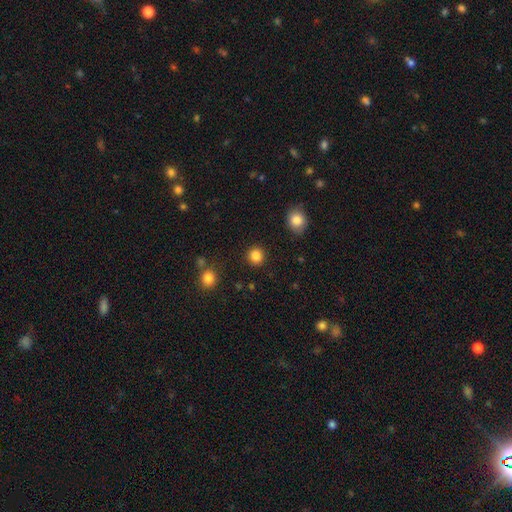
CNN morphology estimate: Q: Smooth or featured?
A: smooth (86%); runner-up: star or artifact (11%)
Q: How rounded?
A: round (90%); runner-up: in between (9%)
Q: Merging?
A: none (91%); runner-up: minor disturbance (5%)